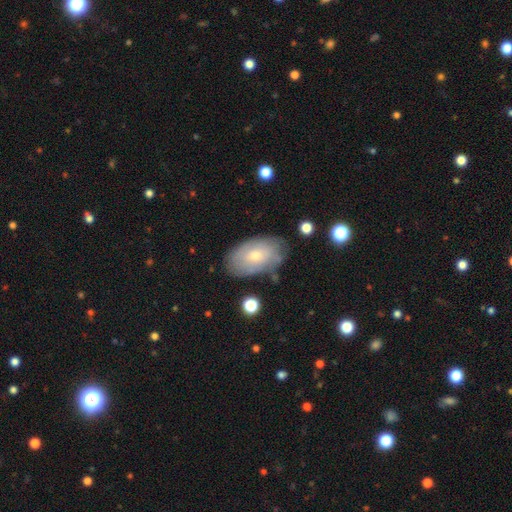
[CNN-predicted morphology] Smooth or featured?
  - smooth: 53% *
  - featured or disk: 39%
  - star or artifact: 7%
How rounded?
  - in between: 92% *
  - round: 6%
  - cigar-shaped: 2%
Merging?
  - none: 73% *
  - minor disturbance: 19%
  - major disturbance: 5%
  - merger: 2%